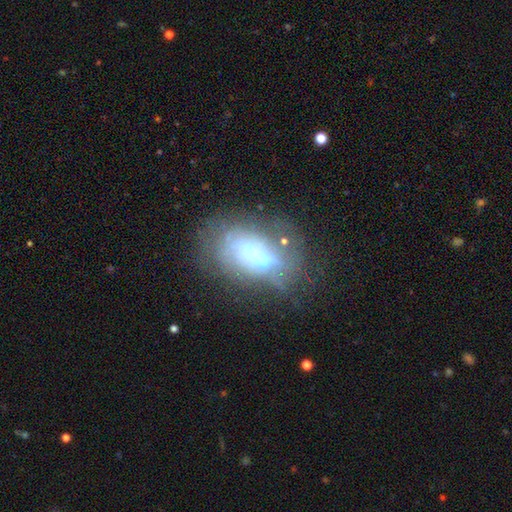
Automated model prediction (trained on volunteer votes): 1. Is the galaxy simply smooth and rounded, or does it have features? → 54% featured or disk, 32% smooth, 14% star or artifact.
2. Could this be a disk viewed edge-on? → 87% no, 13% yes.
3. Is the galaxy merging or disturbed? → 42% none, 26% major disturbance, 22% minor disturbance, 10% merger.